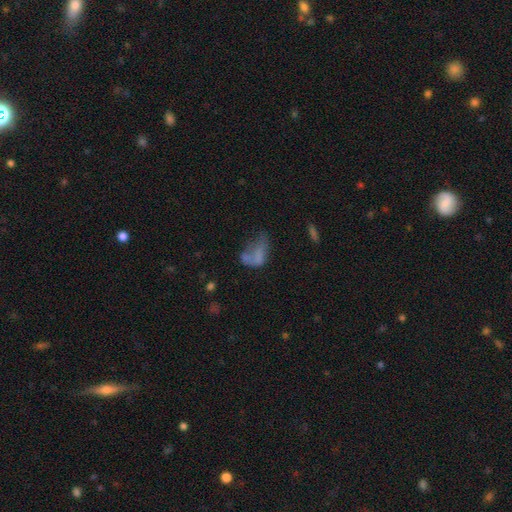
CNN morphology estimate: smooth 57%, featured or disk 29%, star or artifact 14%. Down the decision tree: how rounded — in between (85%); merging — major disturbance (44%).